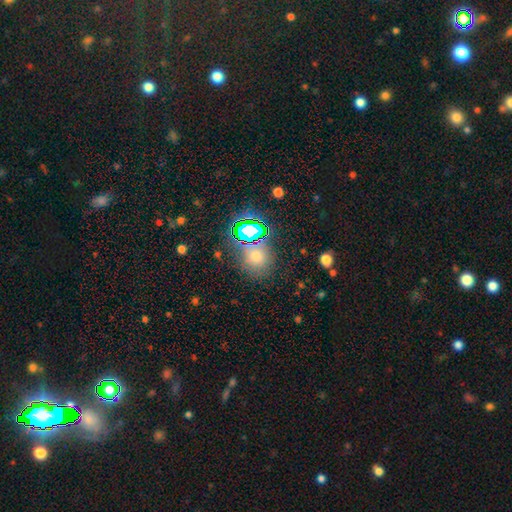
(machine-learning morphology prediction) smooth 56%, star or artifact 34%, featured or disk 9%. Down the decision tree: how rounded — round (83%); merging — none (77%).